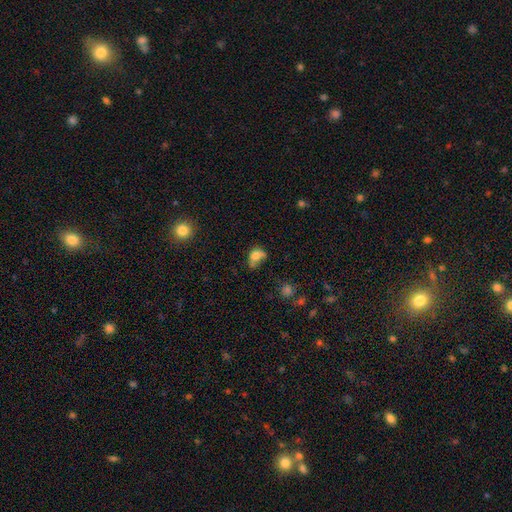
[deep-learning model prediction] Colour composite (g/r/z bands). It shows a smooth galaxy with no disk features (73%) that is in between round and cigar-shaped (52%). Merging: none (34%).